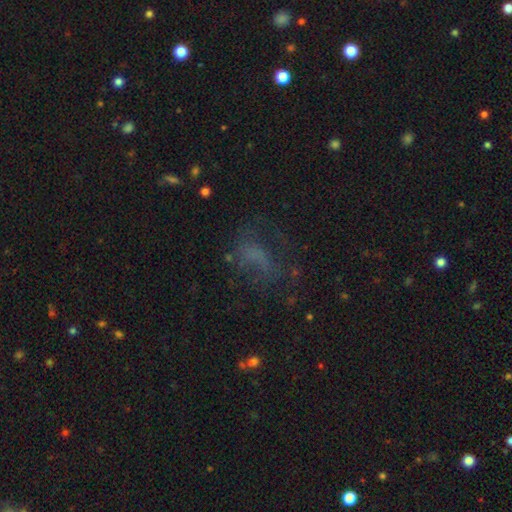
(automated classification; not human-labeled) smooth 40%, featured or disk 33%, star or artifact 27%. Down the decision tree: merging — none (46%).